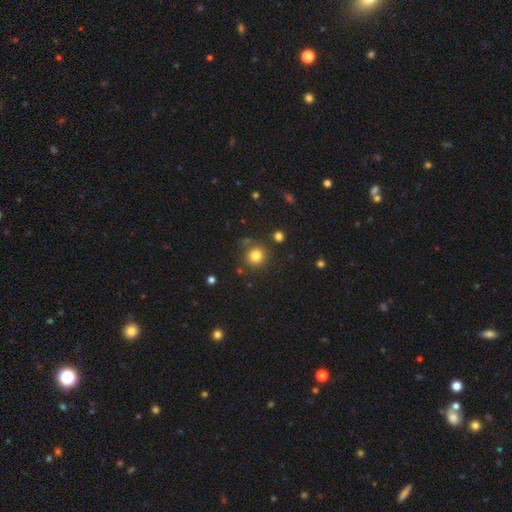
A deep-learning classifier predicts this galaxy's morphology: Smooth or featured? Predicted: smooth (p=0.80). How rounded? Predicted: round (p=0.91). Merging? Predicted: none (p=0.77).